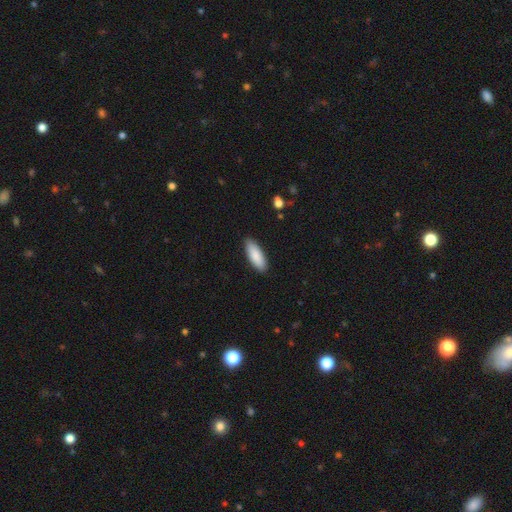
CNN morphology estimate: A smooth galaxy with no disk features (88%) that is in between round and cigar-shaped (66%). Merging: none (89%).